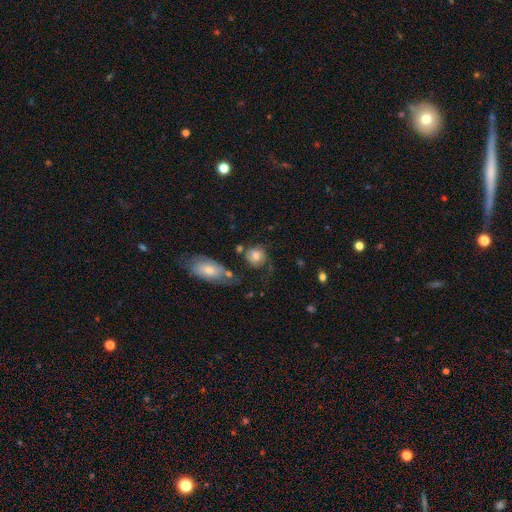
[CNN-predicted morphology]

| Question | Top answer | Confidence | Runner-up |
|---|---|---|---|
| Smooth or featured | smooth | 56% | featured or disk (35%) |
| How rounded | round | 70% | in between (29%) |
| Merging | none | 41% | major disturbance (23%) |